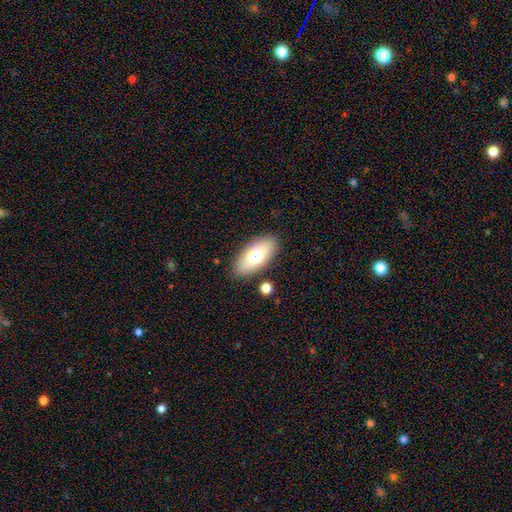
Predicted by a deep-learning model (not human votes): Overall: smooth (70%). How rounded: in between (89%). Merging: none (83%).